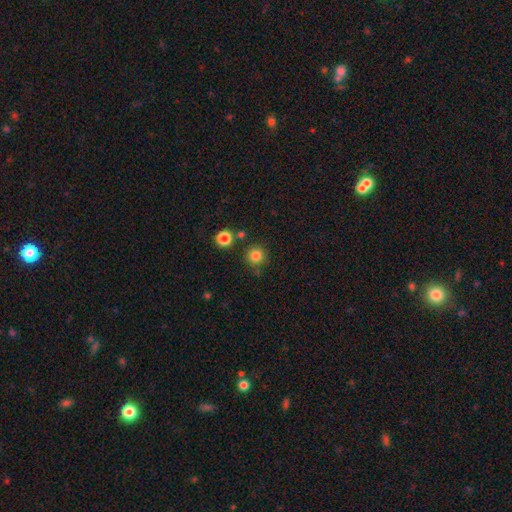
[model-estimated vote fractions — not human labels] A smooth galaxy with no disk features (83%) that is round (94%).

Vote fractions:
- Smooth or featured? smooth: 83% / star or artifact: 12% / featured or disk: 5%
- How rounded? round: 94% / in between: 5% / cigar-shaped: 1%
- Merging? none: 82% / minor disturbance: 9% / merger: 6% / major disturbance: 3%